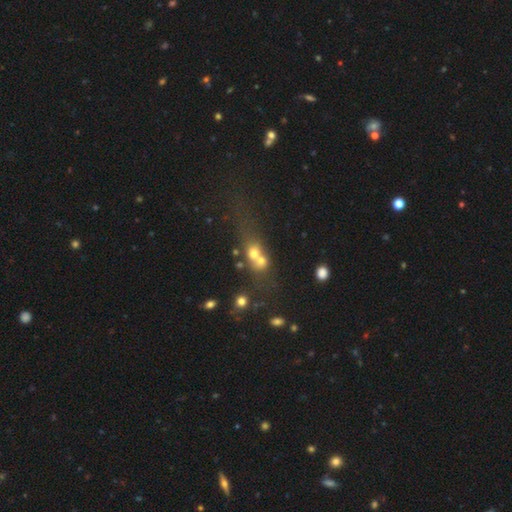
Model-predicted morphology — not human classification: smooth-or-featured: smooth: 61% | featured or disk: 23% | star or artifact: 16%
  how-rounded: round: 57% | in between: 37% | cigar-shaped: 5%
  merging: merger: 65% | none: 20% | major disturbance: 8% | minor disturbance: 7%